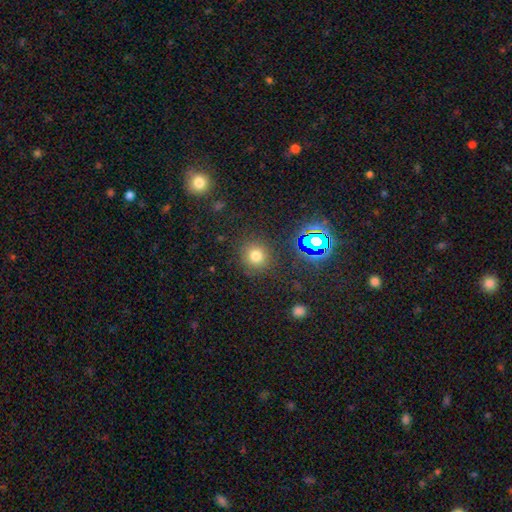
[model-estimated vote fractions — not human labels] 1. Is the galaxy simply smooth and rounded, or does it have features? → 72% smooth, 21% star or artifact, 7% featured or disk.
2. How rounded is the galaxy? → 91% round, 8% in between, 1% cigar-shaped.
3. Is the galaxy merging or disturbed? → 86% none, 8% minor disturbance, 4% major disturbance, 2% merger.